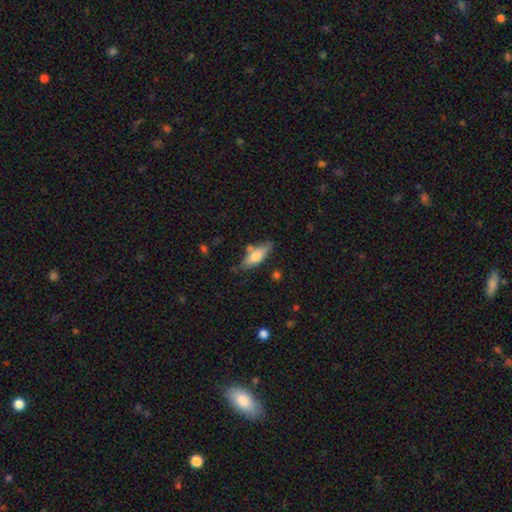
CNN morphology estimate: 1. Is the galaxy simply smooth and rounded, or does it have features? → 72% smooth, 22% featured or disk, 6% star or artifact.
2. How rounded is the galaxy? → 57% in between, 41% cigar-shaped, 2% round.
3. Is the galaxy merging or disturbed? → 70% none, 18% minor disturbance, 8% merger, 4% major disturbance.